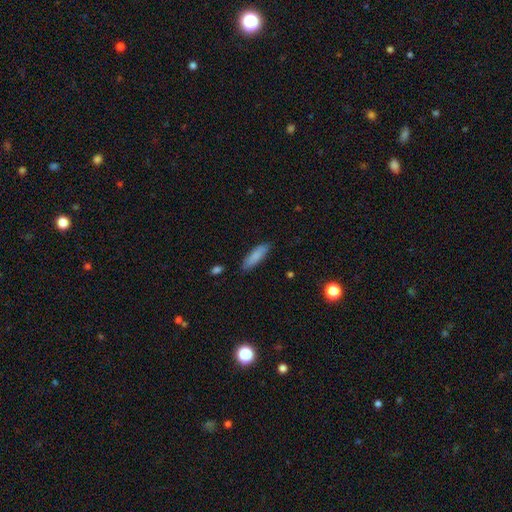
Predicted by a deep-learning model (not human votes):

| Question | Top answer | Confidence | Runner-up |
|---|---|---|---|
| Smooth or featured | smooth | 86% | featured or disk (8%) |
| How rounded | cigar-shaped | 54% | in between (44%) |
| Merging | none | 84% | minor disturbance (12%) |